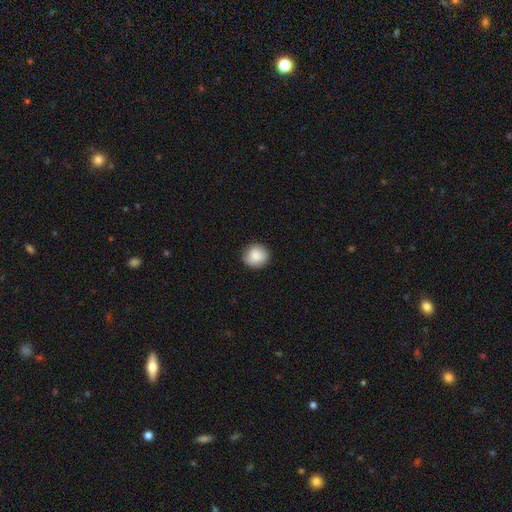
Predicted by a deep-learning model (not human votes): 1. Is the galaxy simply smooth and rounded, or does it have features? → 86% smooth, 8% star or artifact, 6% featured or disk.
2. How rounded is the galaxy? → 89% round, 10% in between, 1% cigar-shaped.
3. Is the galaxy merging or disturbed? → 87% none, 10% minor disturbance, 2% major disturbance, 1% merger.